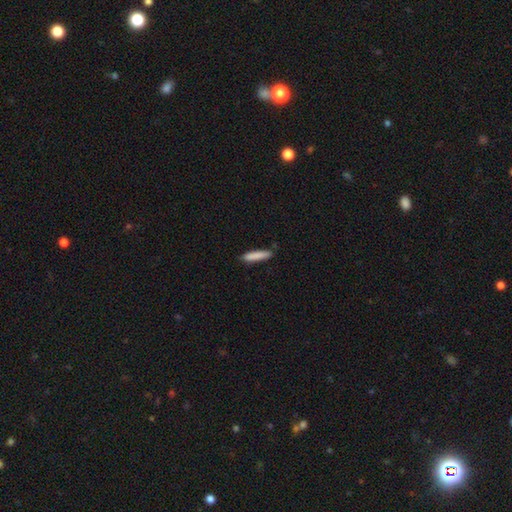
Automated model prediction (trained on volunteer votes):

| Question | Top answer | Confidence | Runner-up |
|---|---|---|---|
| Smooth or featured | smooth | 85% | featured or disk (9%) |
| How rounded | cigar-shaped | 88% | in between (11%) |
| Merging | none | 85% | minor disturbance (11%) |